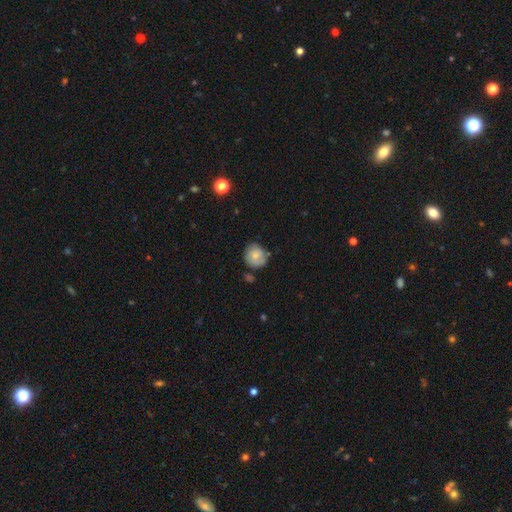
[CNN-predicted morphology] This is likely a smooth galaxy (66%). How rounded: likely round (80%). Merging: likely none (66%).